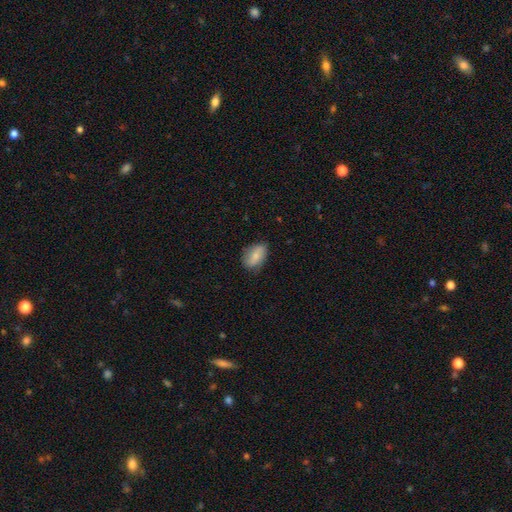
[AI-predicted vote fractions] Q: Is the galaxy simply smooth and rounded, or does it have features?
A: smooth — 73%.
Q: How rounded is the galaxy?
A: in between — 86%.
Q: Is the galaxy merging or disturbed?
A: none — 78%.